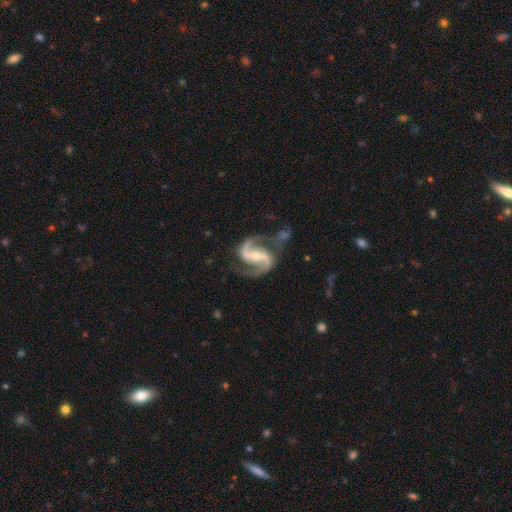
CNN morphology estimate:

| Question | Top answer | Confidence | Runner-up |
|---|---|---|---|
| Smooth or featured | featured or disk | 93% | star or artifact (4%) |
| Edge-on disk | no | 98% | yes (2%) |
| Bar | strong | 43% | weak (36%) |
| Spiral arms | yes | 98% | no (2%) |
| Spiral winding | medium | 60% | loose (27%) |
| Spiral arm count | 2 | 94% | 3 (2%) |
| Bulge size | small | 51% | moderate (44%) |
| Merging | none | 68% | minor disturbance (17%) |